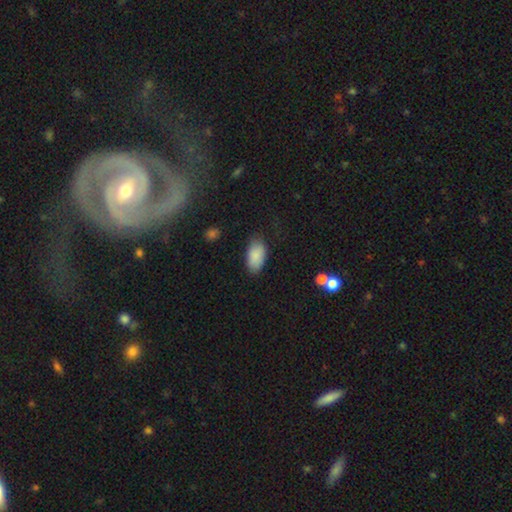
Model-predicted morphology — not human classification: Overall: smooth (87%). How rounded: in between (94%). Merging: none (78%).